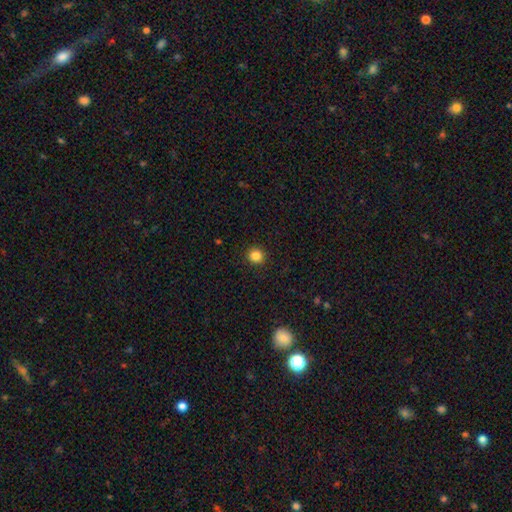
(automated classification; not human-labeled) Q: Smooth or featured?
A: smooth (85%); runner-up: star or artifact (11%)
Q: How rounded?
A: round (91%); runner-up: in between (8%)
Q: Merging?
A: none (93%); runner-up: minor disturbance (5%)